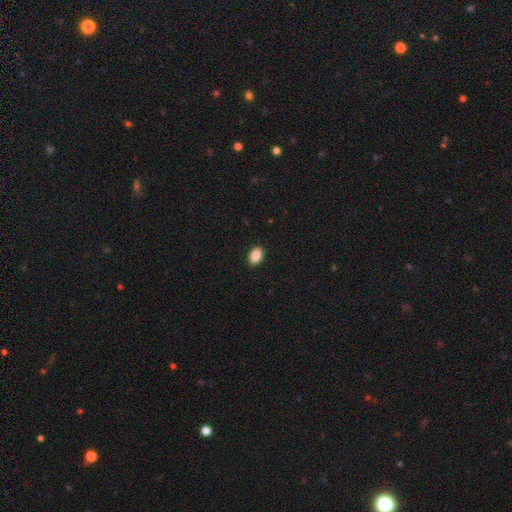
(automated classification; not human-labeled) Q: Smooth or featured?
A: smooth (89%); runner-up: star or artifact (8%)
Q: How rounded?
A: in between (83%); runner-up: round (16%)
Q: Merging?
A: none (91%); runner-up: minor disturbance (6%)